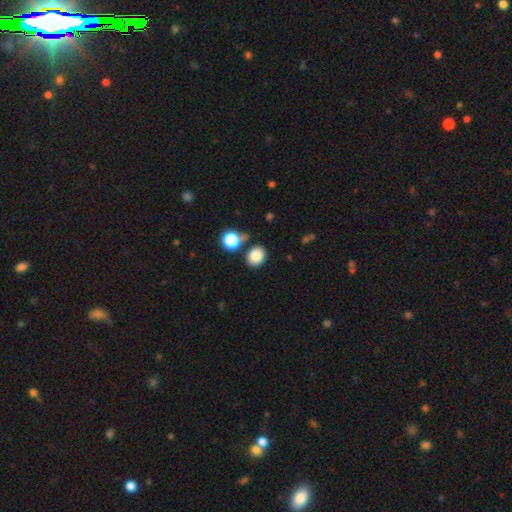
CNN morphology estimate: Smooth or featured: smooth — 85% (star or artifact — 10%)
How rounded: round — 58% (in between — 41%)
Merging: none — 72% (minor disturbance — 13%)